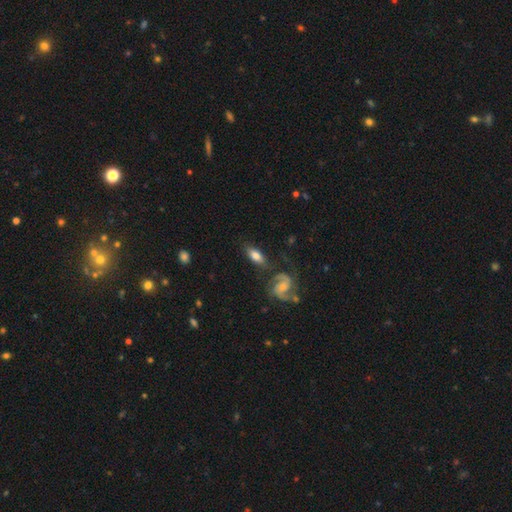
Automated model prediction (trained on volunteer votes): The model was most divided on "smooth or featured": smooth: 63%, featured or disk: 30%, star or artifact: 7%. More confident: how rounded — in between (77%); merging — none (71%).